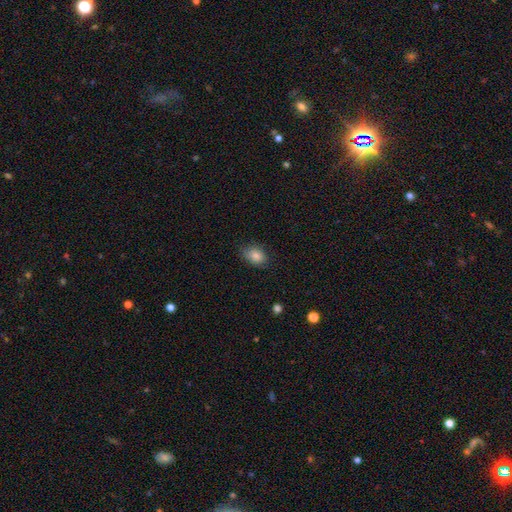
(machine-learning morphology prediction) Smooth or featured? Predicted: smooth (p=0.85). How rounded? Predicted: in between (p=0.72). Merging? Predicted: none (p=0.72).